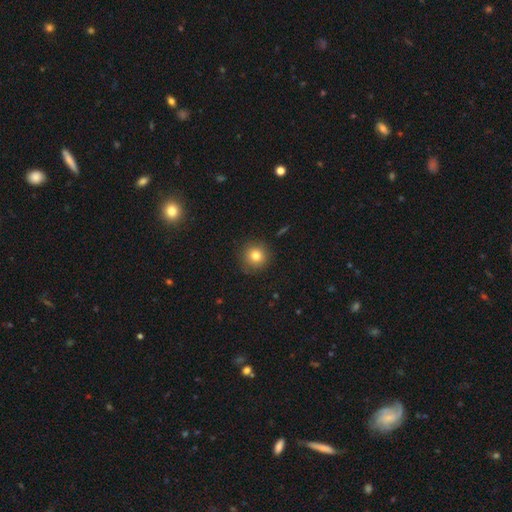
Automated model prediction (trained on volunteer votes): Smooth or featured? Predicted: smooth (p=0.80). How rounded? Predicted: round (p=0.94). Merging? Predicted: none (p=0.88).